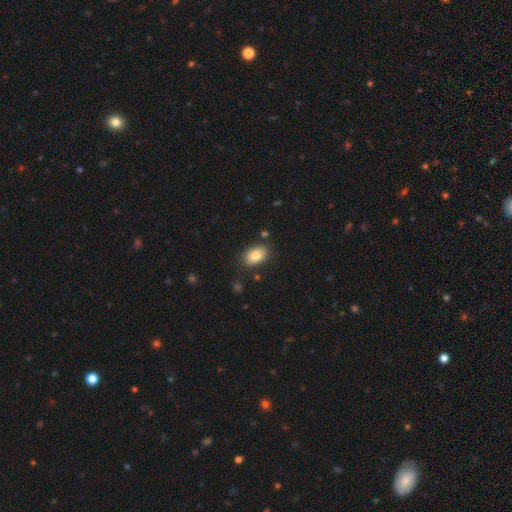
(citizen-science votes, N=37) A smooth galaxy with no disk features (89%) that is in between round and cigar-shaped (91%). Merging: none (83%).